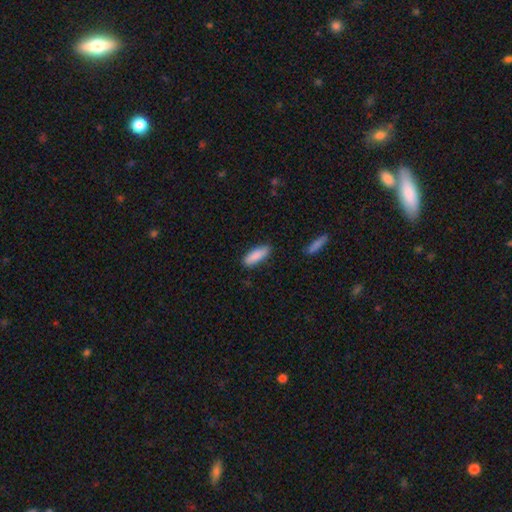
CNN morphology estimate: Smooth or featured?
  - smooth: 89% *
  - star or artifact: 6%
  - featured or disk: 6%
How rounded?
  - in between: 58% *
  - cigar-shaped: 40%
  - round: 2%
Merging?
  - none: 86% *
  - minor disturbance: 10%
  - major disturbance: 2%
  - merger: 2%